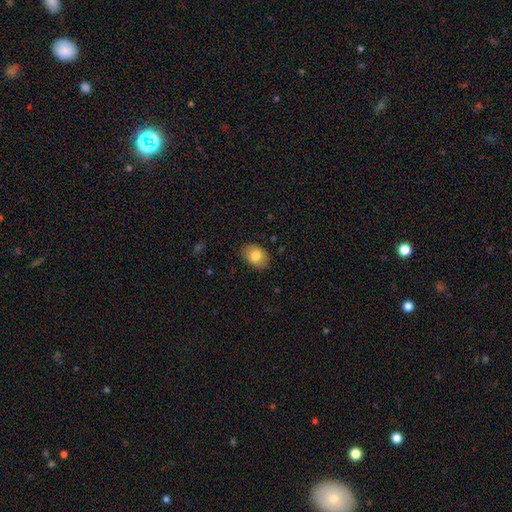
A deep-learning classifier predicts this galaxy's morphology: type=smooth (81%); roundness=in between (70%); merging=none (85%).